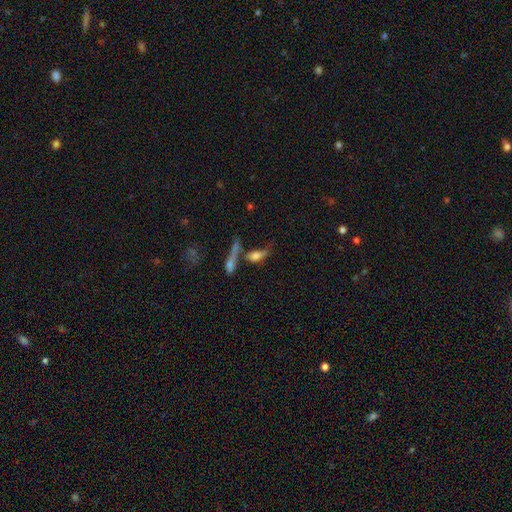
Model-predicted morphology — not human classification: Overall: smooth (53%; featured or disk 35%). How rounded: in between (57%; cigar-shaped 35%). Merging: merger (38%; none 35%).